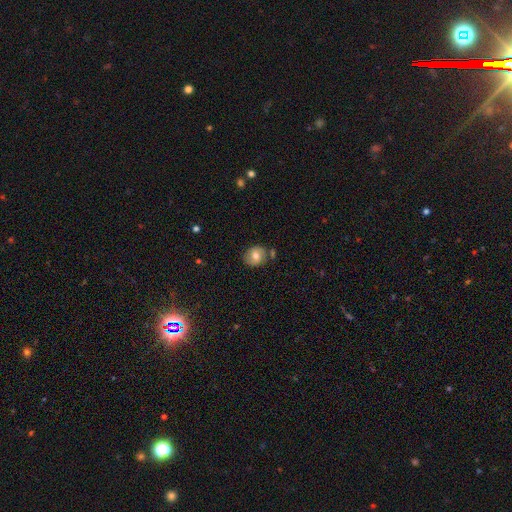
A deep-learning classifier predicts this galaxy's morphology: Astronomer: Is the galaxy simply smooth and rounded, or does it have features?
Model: smooth — 62%.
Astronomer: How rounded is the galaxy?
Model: round — 71%.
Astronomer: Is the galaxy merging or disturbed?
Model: none — 74%.